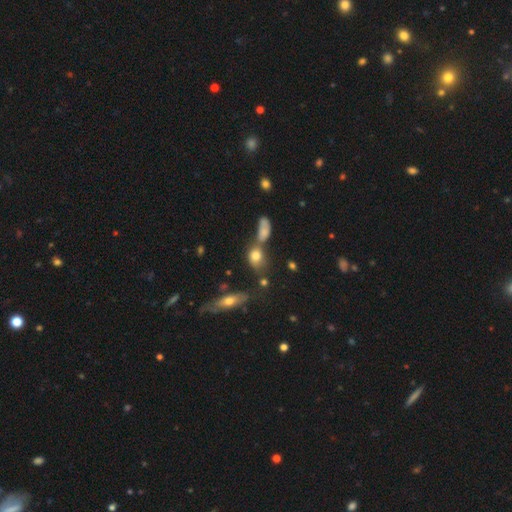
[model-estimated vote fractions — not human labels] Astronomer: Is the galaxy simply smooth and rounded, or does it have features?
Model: smooth — 75%.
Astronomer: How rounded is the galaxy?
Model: in between — 57% (runner-up: round, 37%).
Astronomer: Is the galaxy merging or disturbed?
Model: none — 41% (runner-up: merger, 37%).